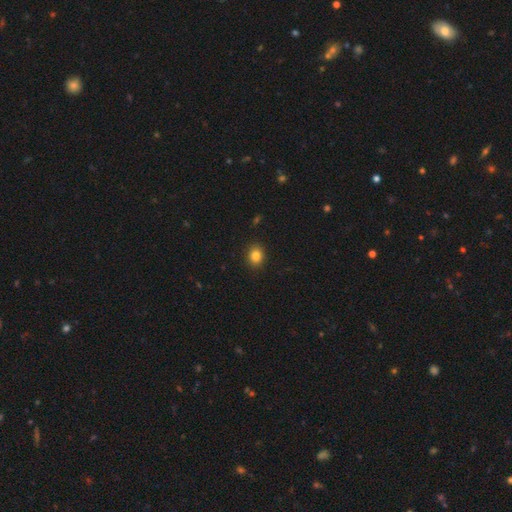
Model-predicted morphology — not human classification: Q: Smooth or featured?
A: smooth (84%); runner-up: star or artifact (11%)
Q: How rounded?
A: round (60%); runner-up: in between (39%)
Q: Merging?
A: none (91%); runner-up: minor disturbance (7%)